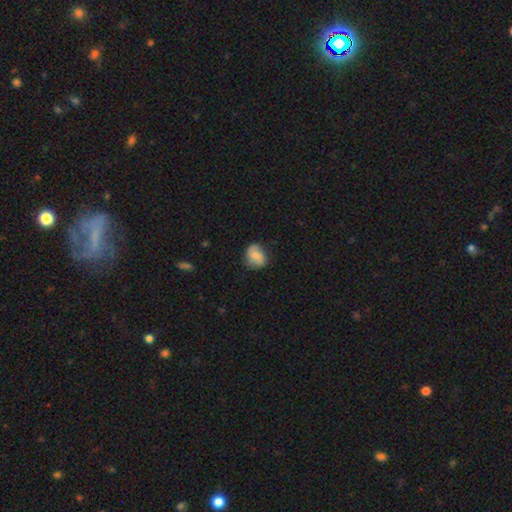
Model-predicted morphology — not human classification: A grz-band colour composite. It shows a smooth galaxy with no disk features (62%) that is round (56%). Merging: none (73%).